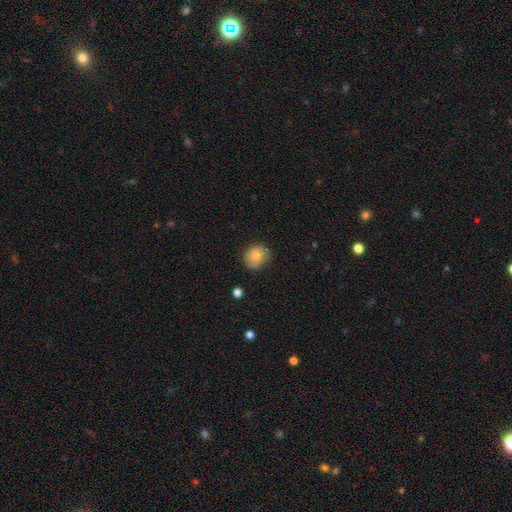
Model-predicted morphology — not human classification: This is likely a smooth galaxy (80%). How rounded: likely round (65%). Merging: likely none (69%).